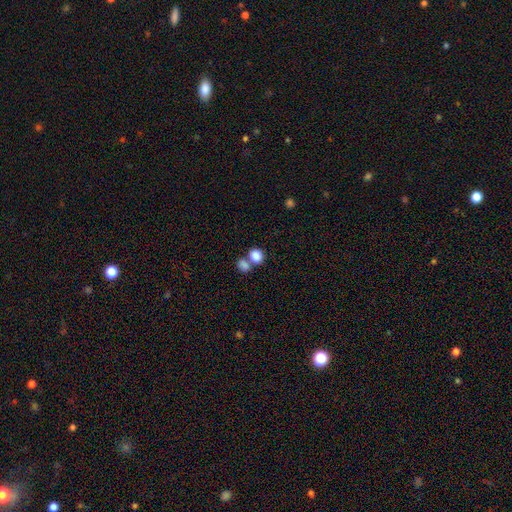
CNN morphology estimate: Smooth or featured: smooth — 84% (star or artifact — 9%)
How rounded: round — 67% (in between — 32%)
Merging: none — 45% (merger — 42%)